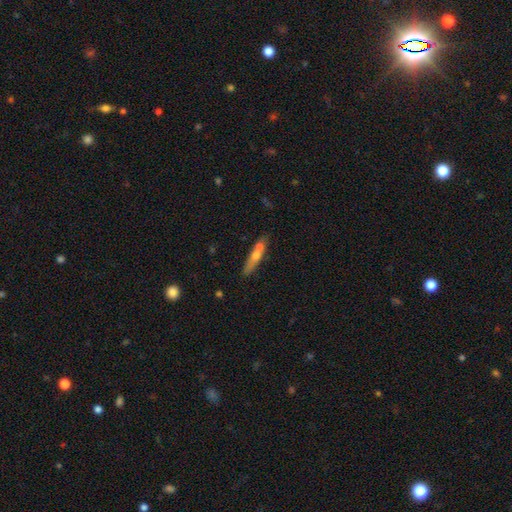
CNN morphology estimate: Smooth or featured? smooth (56%)
How rounded? cigar-shaped (82%)
Merging? none (53%)